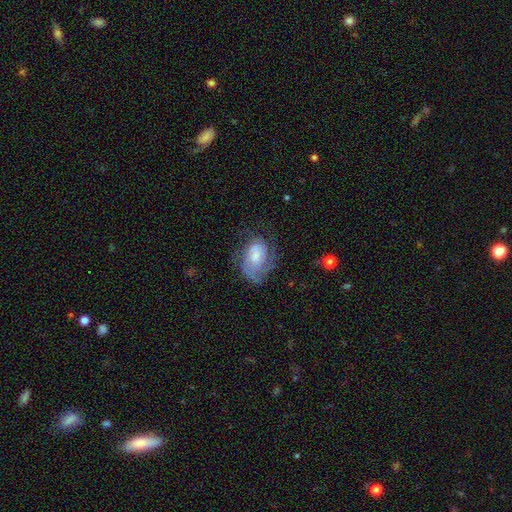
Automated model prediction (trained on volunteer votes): This appears to be a featured or disk galaxy (70%) with no bar (68%), 2 (36%) tight (44%) spiral arms (90%) and a moderate central bulge (40%). Merging: none (55%).